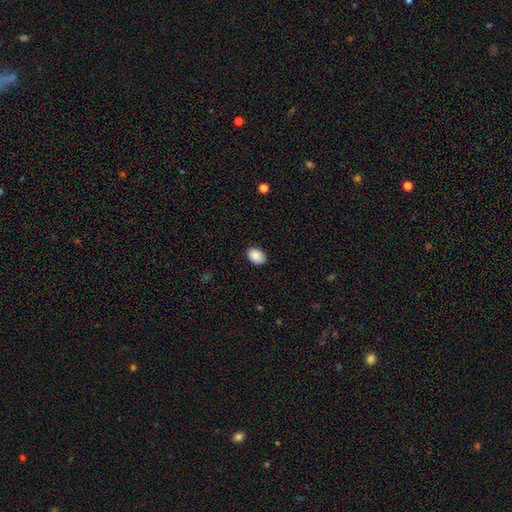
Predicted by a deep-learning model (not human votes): A smooth galaxy with no disk features (89%) that is in between round and cigar-shaped (82%).

Vote fractions:
- Smooth or featured? smooth: 89% / star or artifact: 7% / featured or disk: 4%
- How rounded? in between: 82% / round: 17% / cigar-shaped: 1%
- Merging? none: 87% / minor disturbance: 10% / major disturbance: 2% / merger: 1%